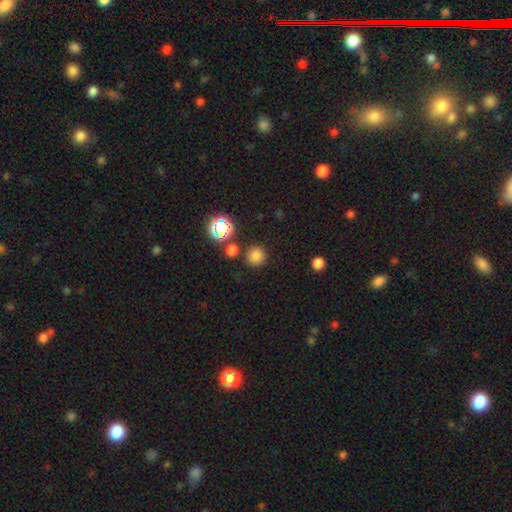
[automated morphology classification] type=smooth (77%); roundness=round (94%); merging=none (84%).